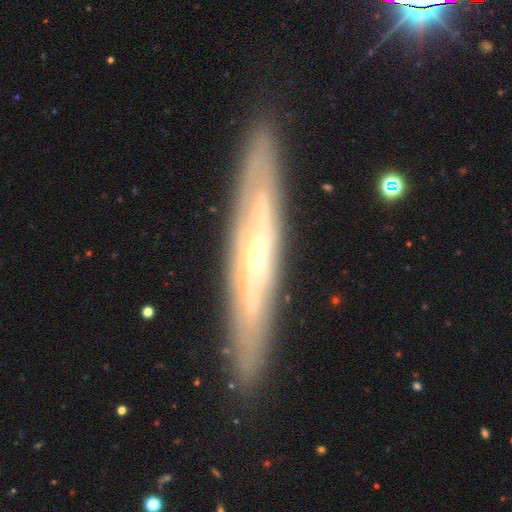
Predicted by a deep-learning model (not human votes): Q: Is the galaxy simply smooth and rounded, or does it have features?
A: featured or disk — 76%.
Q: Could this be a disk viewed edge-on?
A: yes — 68%.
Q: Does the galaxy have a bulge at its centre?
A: rounded — 58%.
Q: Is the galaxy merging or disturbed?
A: none — 88%.